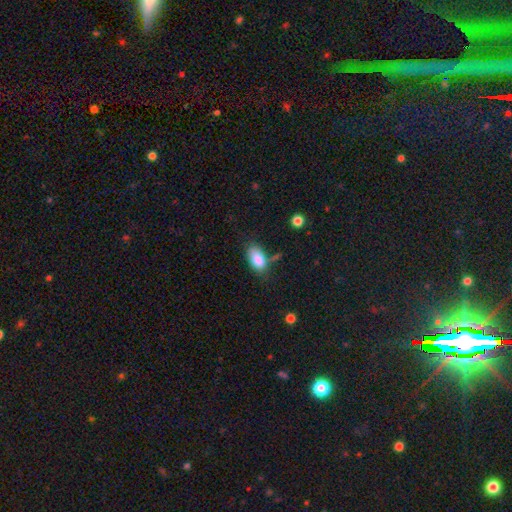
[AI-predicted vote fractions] A smooth galaxy with no disk features (83%) that is in between round and cigar-shaped (91%).

Vote fractions:
- Smooth or featured? smooth: 83% / featured or disk: 8% / star or artifact: 8%
- How rounded? in between: 91% / round: 6% / cigar-shaped: 3%
- Merging? none: 68% / minor disturbance: 20% / merger: 7% / major disturbance: 5%